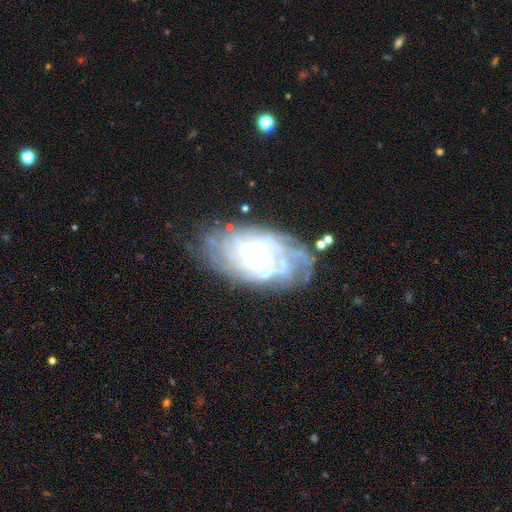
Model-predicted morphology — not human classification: type=featured or disk (87%); edge-on=no (95%); bar=no (70%); spiral arms=yes (96%); winding=tight (78%); arm count=can't tell (34%); bulge=moderate (61%); merging=none (72%).